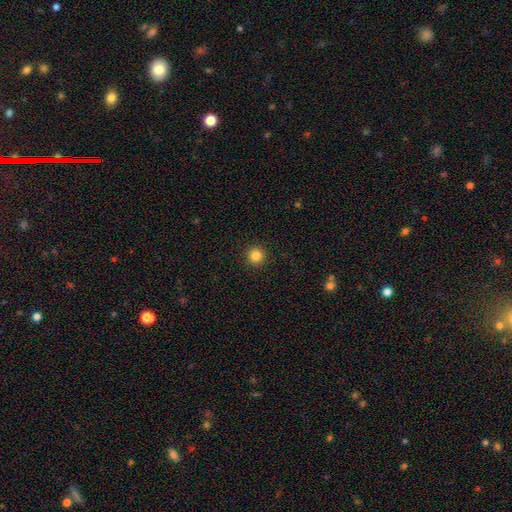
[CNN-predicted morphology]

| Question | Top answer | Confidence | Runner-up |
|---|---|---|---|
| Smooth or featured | smooth | 84% | star or artifact (12%) |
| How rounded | round | 96% | in between (3%) |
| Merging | none | 93% | minor disturbance (4%) |